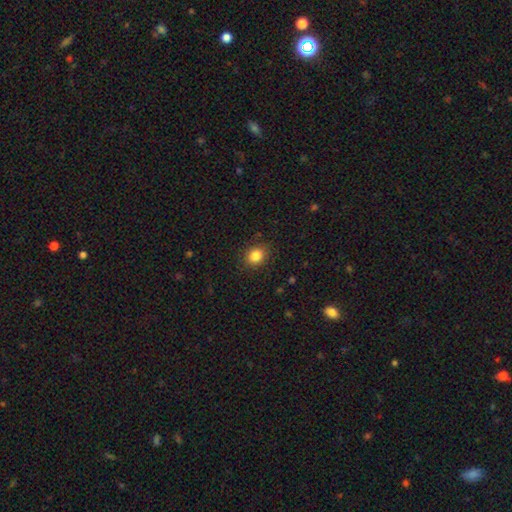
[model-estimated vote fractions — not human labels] The model was most divided on "how rounded": round: 62%, in between: 37%, cigar-shaped: 1%. More confident: merging — none (87%); smooth or featured — smooth (84%).